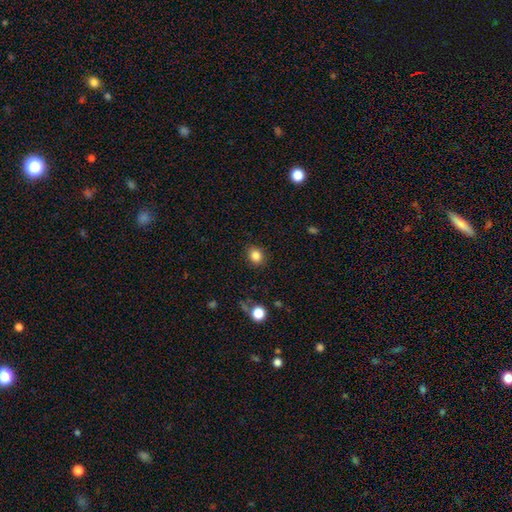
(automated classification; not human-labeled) A smooth galaxy with no disk features (84%) that is round (67%). Merging: none (87%).